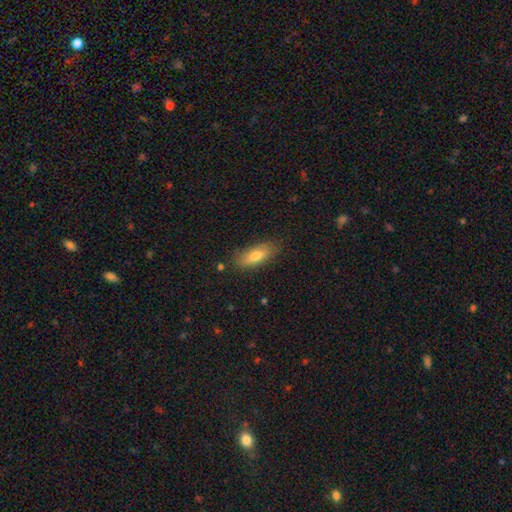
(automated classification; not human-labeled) This is likely a smooth galaxy (72%). How rounded: likely in between (65%). Merging: clearly none (82%).